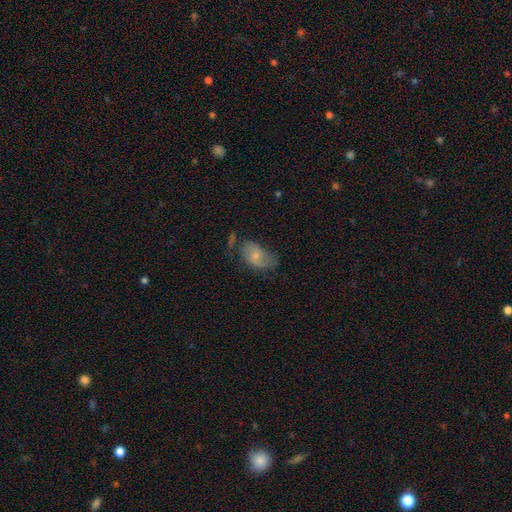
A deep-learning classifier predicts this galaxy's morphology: A smooth galaxy with no disk features (54%) that is in between round and cigar-shaped (90%).

Vote fractions:
- Smooth or featured? smooth: 54% / featured or disk: 37% / star or artifact: 9%
- How rounded? in between: 90% / round: 8% / cigar-shaped: 2%
- Merging? none: 46% / minor disturbance: 31% / major disturbance: 18% / merger: 6%